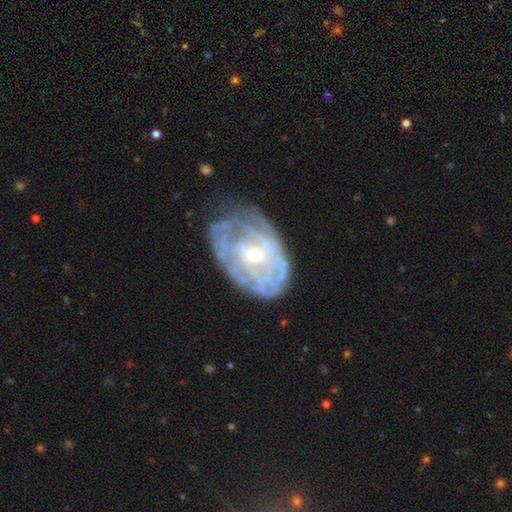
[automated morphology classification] Smooth or featured? Predicted: featured or disk (p=0.75). Edge-on disk? Predicted: no (p=0.95). Bar? Predicted: no (p=0.58). Spiral arms? Predicted: yes (p=0.60). Bulge size? Predicted: small (p=0.51). Merging? Predicted: none (p=0.59).